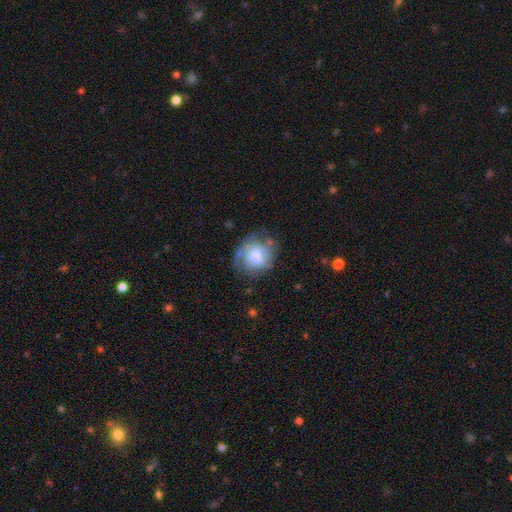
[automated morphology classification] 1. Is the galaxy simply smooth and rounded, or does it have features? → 49% featured or disk, 43% smooth, 8% star or artifact.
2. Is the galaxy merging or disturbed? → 54% none, 27% minor disturbance, 16% major disturbance, 3% merger.